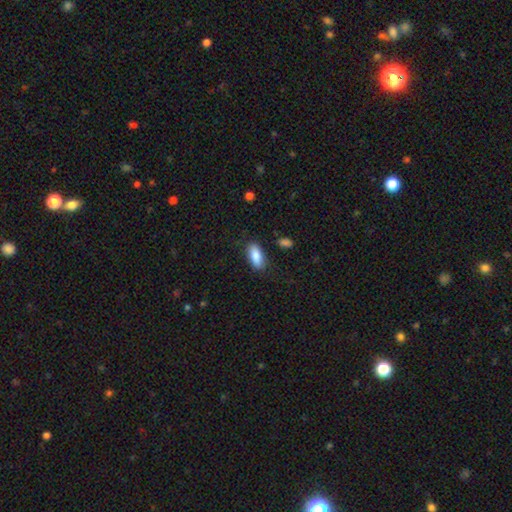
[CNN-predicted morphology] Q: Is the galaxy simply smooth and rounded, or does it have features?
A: smooth — 87%.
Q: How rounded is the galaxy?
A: in between — 85%.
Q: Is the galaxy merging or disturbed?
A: none — 84%.